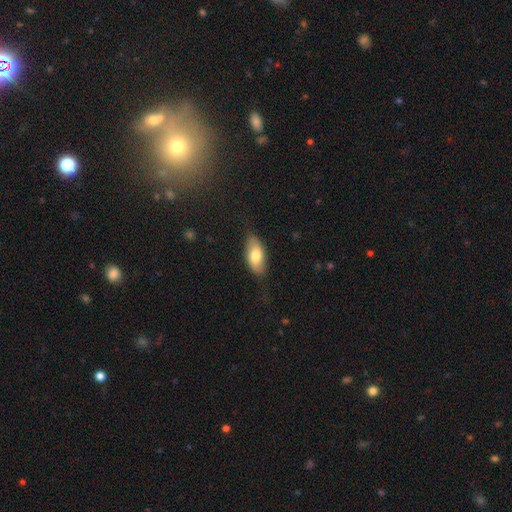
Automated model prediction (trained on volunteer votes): A smooth galaxy with no disk features (74%) that is in between round and cigar-shaped (89%).

Vote fractions:
- Smooth or featured? smooth: 74% / featured or disk: 20% / star or artifact: 6%
- How rounded? in between: 89% / cigar-shaped: 7% / round: 3%
- Merging? none: 73% / minor disturbance: 21% / major disturbance: 5% / merger: 1%